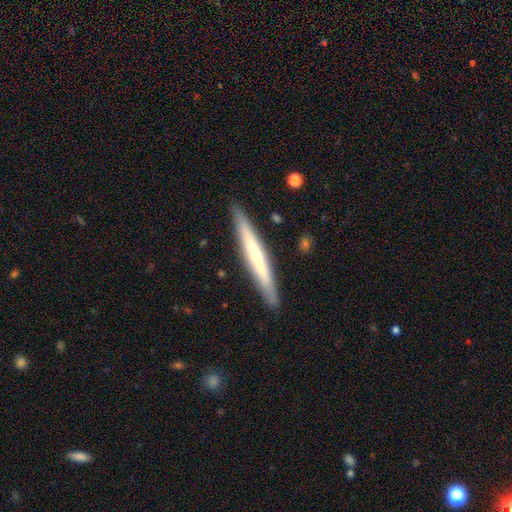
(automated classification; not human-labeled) Smooth or featured?
  - featured or disk: 48% *
  - smooth: 47%
  - star or artifact: 5%
Merging?
  - none: 90% *
  - minor disturbance: 7%
  - major disturbance: 1%
  - merger: 1%